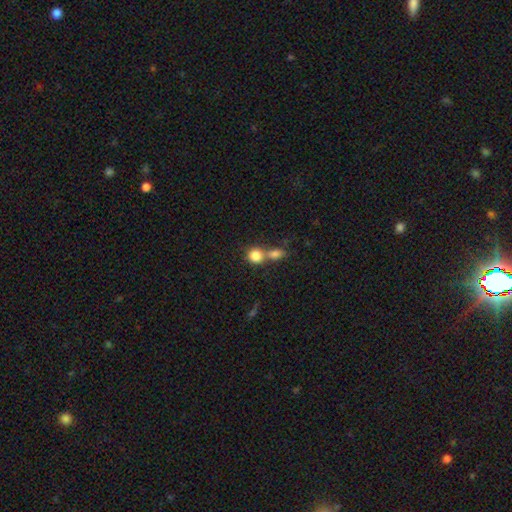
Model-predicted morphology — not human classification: Smooth or featured? Predicted: smooth (p=0.83). How rounded? Predicted: round (p=0.80). Merging? Predicted: merger (p=0.55).